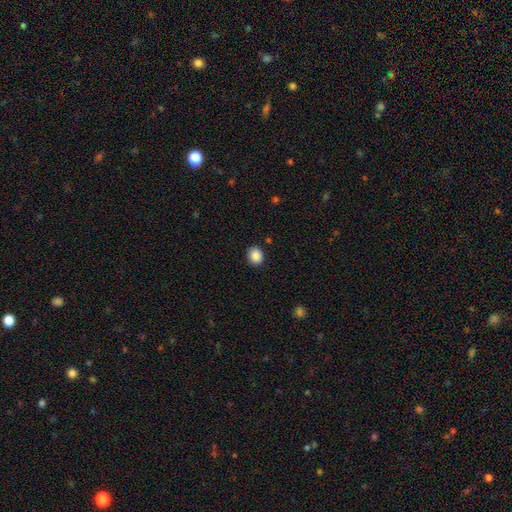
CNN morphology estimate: smooth-or-featured: smooth: 88% | star or artifact: 9% | featured or disk: 3%
  how-rounded: round: 71% | in between: 28% | cigar-shaped: 1%
  merging: none: 89% | minor disturbance: 7% | major disturbance: 2% | merger: 1%